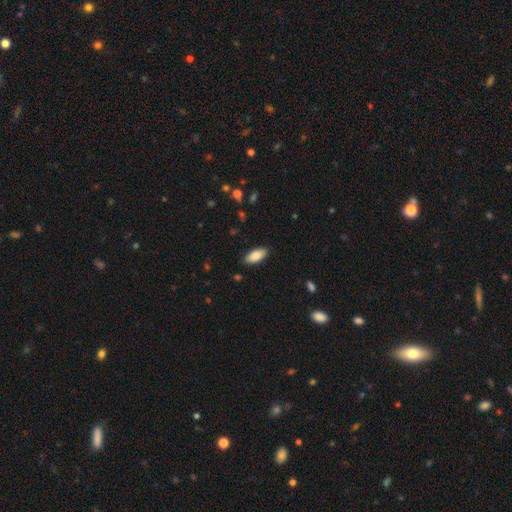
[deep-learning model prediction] Smooth or featured?
  - smooth: 86% *
  - featured or disk: 8%
  - star or artifact: 6%
How rounded?
  - in between: 86% *
  - cigar-shaped: 12%
  - round: 2%
Merging?
  - none: 88% *
  - minor disturbance: 9%
  - major disturbance: 2%
  - merger: 1%